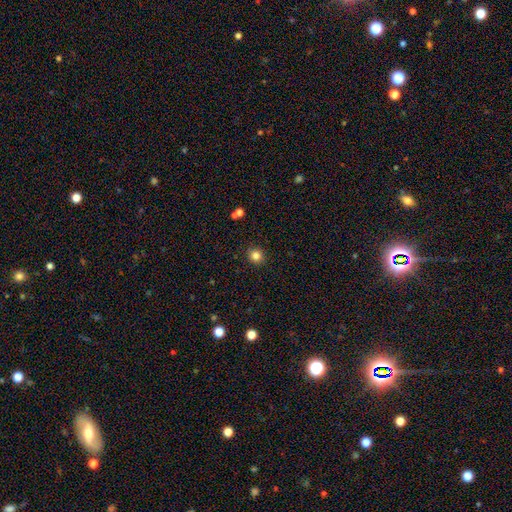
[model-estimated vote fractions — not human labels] Overall: smooth (83%). How rounded: round (93%). Merging: none (91%).